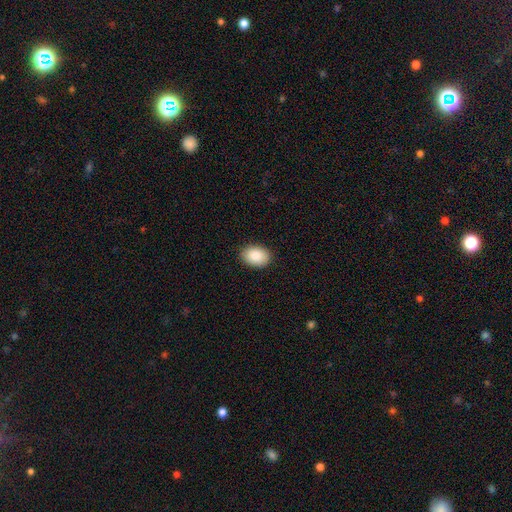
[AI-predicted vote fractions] This is clearly a smooth galaxy (89%). How rounded: likely in between (77%). Merging: clearly none (89%).